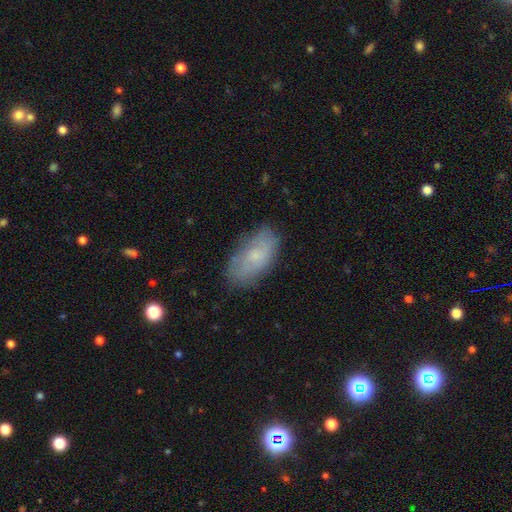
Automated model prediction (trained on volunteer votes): Overall: smooth (62%; featured or disk 29%). How rounded: in between (93%). Merging: none (76%).